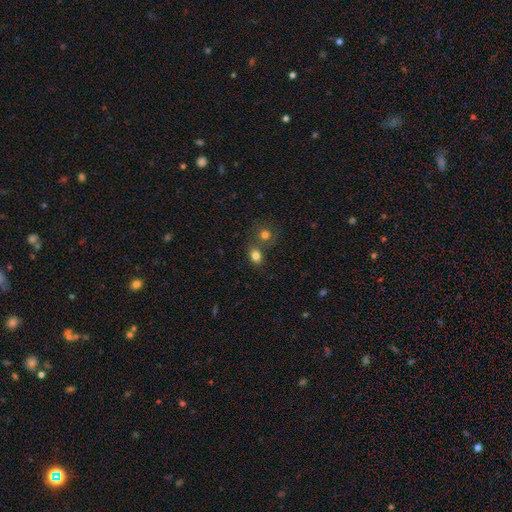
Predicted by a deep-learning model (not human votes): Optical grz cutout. It shows a smooth galaxy with no disk features (80%) that is round (50%). Merging: none (59%).